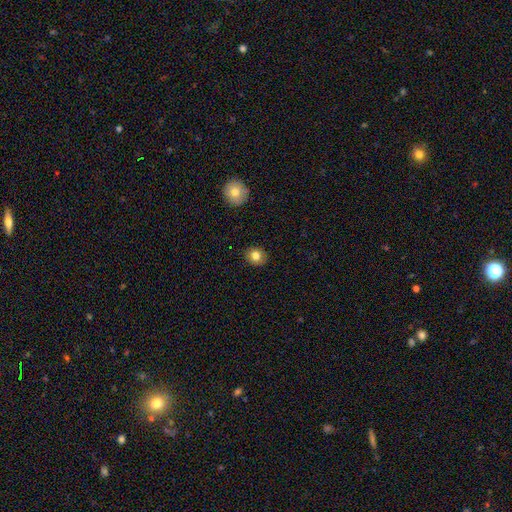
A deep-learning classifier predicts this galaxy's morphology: The model was most divided on "how rounded": round: 75%, in between: 24%, cigar-shaped: 1%. More confident: merging — none (90%); smooth or featured — smooth (81%).